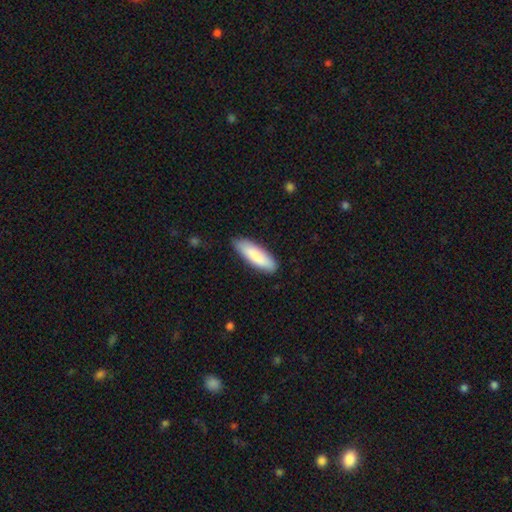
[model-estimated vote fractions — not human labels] Smooth or featured: smooth — 85% (featured or disk — 10%)
How rounded: cigar-shaped — 51% (in between — 47%)
Merging: none — 86% (minor disturbance — 11%)